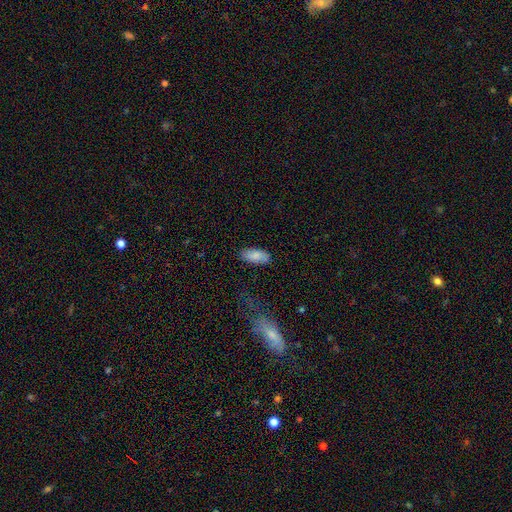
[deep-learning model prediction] Smooth or featured? smooth (83%)
How rounded? in between (90%)
Merging? none (82%)